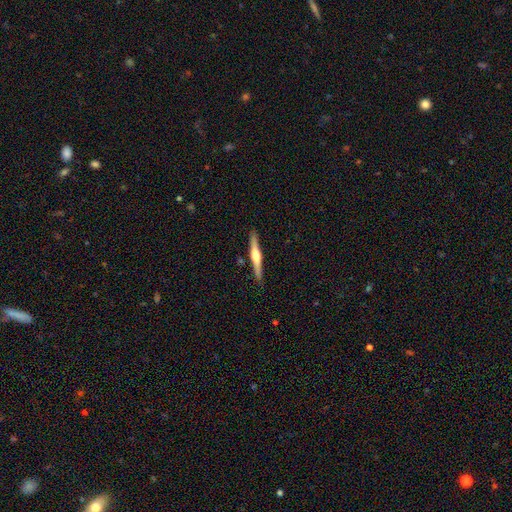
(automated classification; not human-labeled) A featured or disk galaxy (70%) viewed edge-on (98%) with a rounded central bulge (91%).

Vote fractions:
- Smooth or featured? featured or disk: 70% / smooth: 25% / star or artifact: 5%
- Edge-on disk? yes: 98% / no: 2%
- Edge-on bulge? rounded: 91% / boxy: 5% / none: 4%
- Merging? none: 89% / minor disturbance: 8% / merger: 2% / major disturbance: 2%